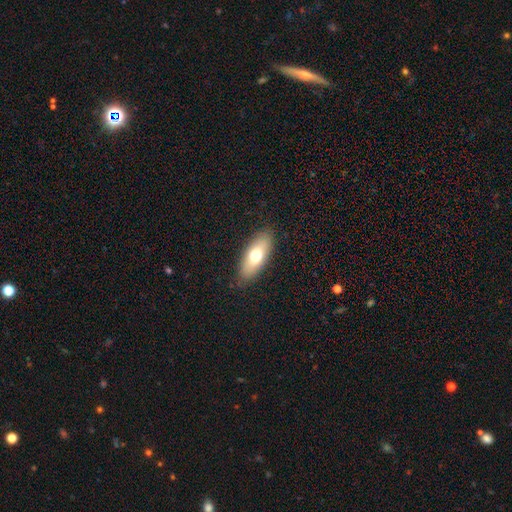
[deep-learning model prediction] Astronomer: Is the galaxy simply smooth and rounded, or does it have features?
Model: smooth — 67%.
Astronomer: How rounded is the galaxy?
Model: in between — 74%.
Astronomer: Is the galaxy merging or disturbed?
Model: none — 86%.